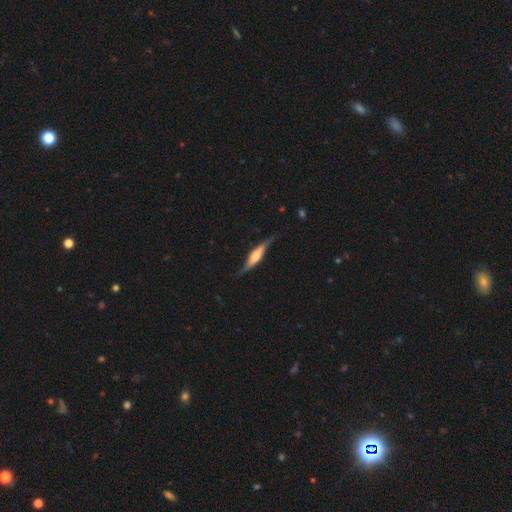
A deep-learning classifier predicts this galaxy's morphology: featured or disk 68%, smooth 27%, star or artifact 5%. Down the decision tree: edge-on disk — yes (85%); edge-on bulge — rounded (75%); merging — none (70%).